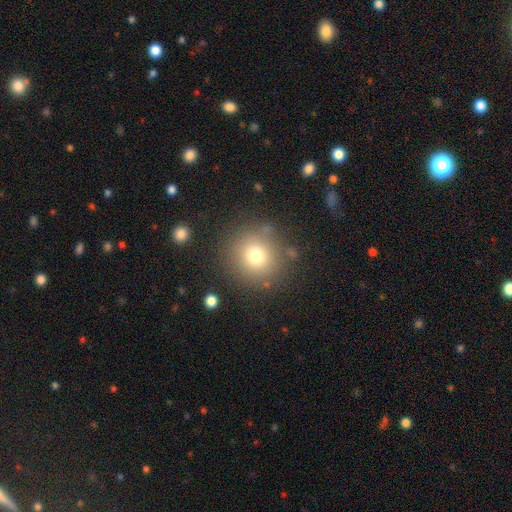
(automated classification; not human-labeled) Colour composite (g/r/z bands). It shows a smooth galaxy with no disk features (75%) that is round (92%). Merging: none (83%).